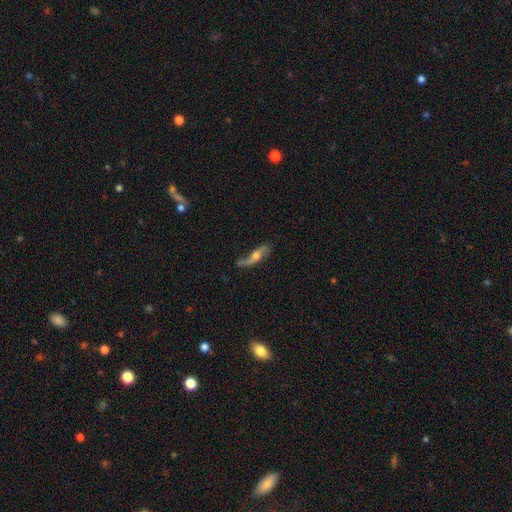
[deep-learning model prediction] Smooth or featured?
  - featured or disk: 75% *
  - smooth: 18%
  - star or artifact: 7%
Edge-on disk?
  - no: 67% *
  - yes: 33%
Bar?
  - no: 60% *
  - weak: 30%
  - strong: 10%
Spiral arms?
  - yes: 89% *
  - no: 11%
Bulge size?
  - moderate: 58% *
  - large: 18%
  - small: 17%
  - none: 4%
  - dominant: 2%
Merging?
  - none: 64% *
  - minor disturbance: 21%
  - major disturbance: 12%
  - merger: 3%